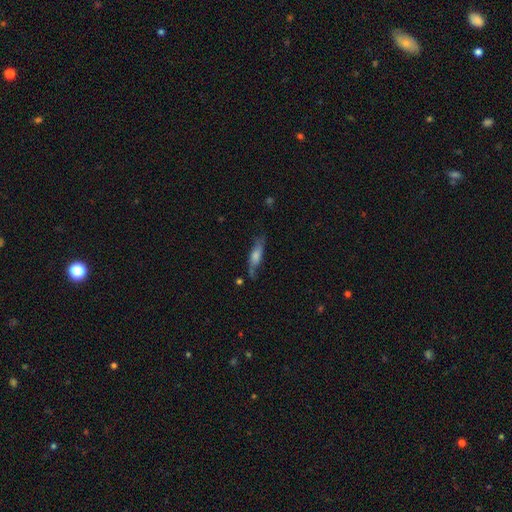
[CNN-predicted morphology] smooth_or_featured: featured or disk (p=0.54) [alt: smooth p=0.34]
disk_edge_on: yes (p=0.71) [alt: no p=0.29]
merging: none (p=0.70) [alt: minor disturbance p=0.20]